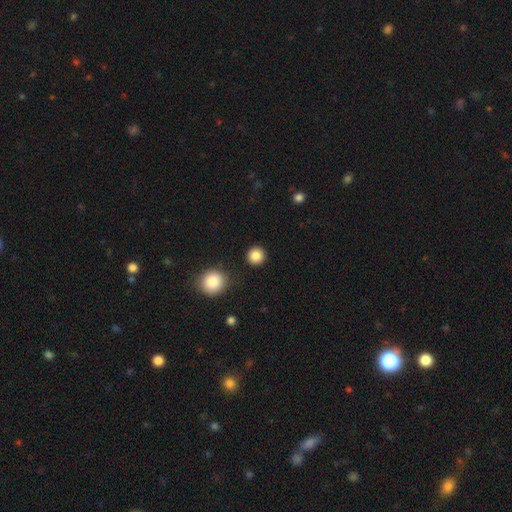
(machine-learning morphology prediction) Smooth or featured: smooth — 86% (star or artifact — 9%)
How rounded: round — 95% (in between — 4%)
Merging: none — 91% (minor disturbance — 5%)